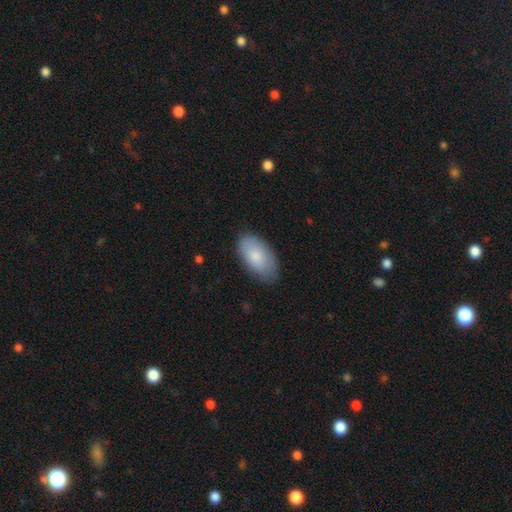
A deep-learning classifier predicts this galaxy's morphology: smooth-or-featured: smooth: 81% | featured or disk: 13% | star or artifact: 6%
  how-rounded: in between: 95% | round: 3% | cigar-shaped: 2%
  merging: none: 82% | minor disturbance: 15% | major disturbance: 3% | merger: 1%